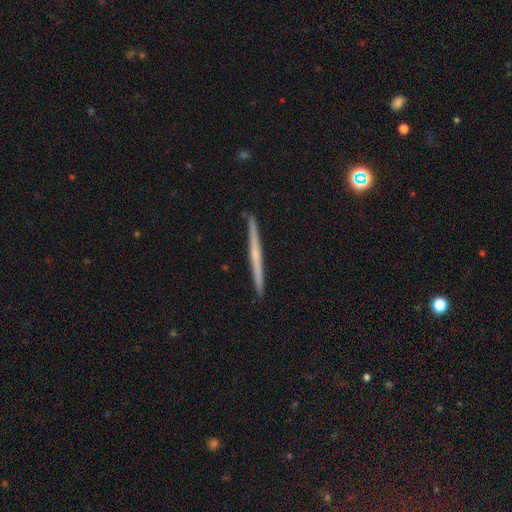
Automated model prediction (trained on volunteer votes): Smooth or featured? Predicted: featured or disk (p=0.65). Edge-on disk? Predicted: yes (p=0.98). Edge-on bulge? Predicted: none (p=0.67). Merging? Predicted: none (p=0.92).